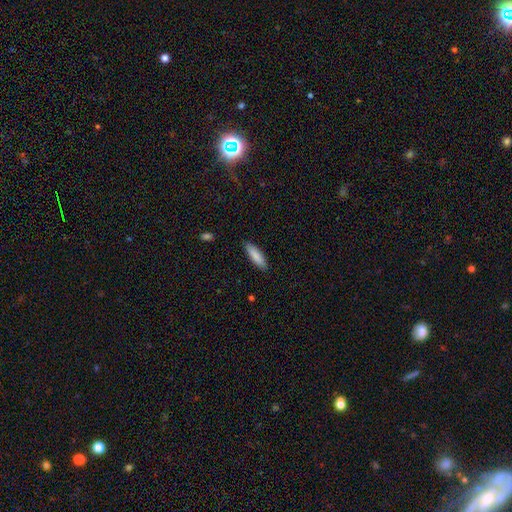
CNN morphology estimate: This appears to be a smooth galaxy with no disk features (86%) that is cigar-shaped (60%). Merging: none (87%).